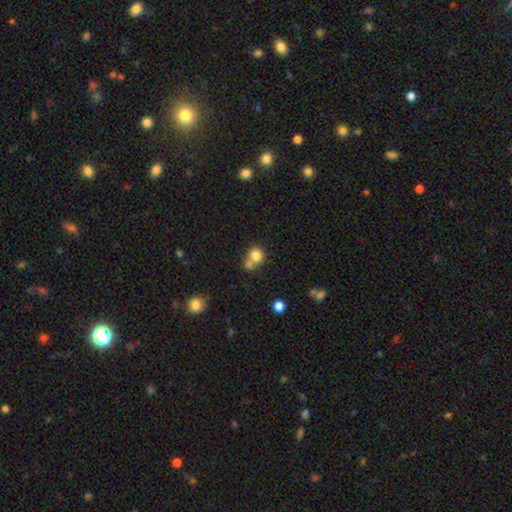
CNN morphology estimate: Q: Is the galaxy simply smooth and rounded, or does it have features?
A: smooth — 79%.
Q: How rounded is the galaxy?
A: round — 79%.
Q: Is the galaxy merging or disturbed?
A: merger — 47%.